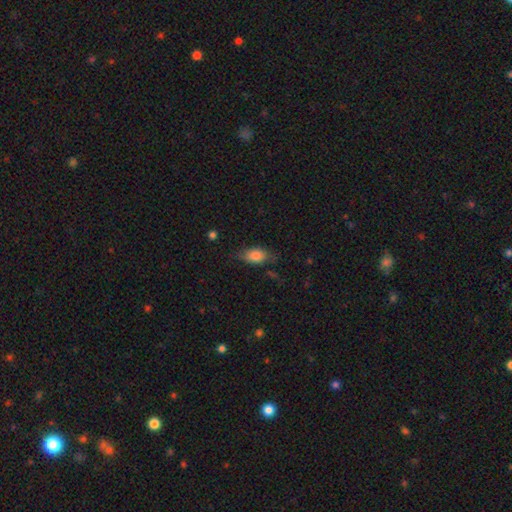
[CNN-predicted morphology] Smooth or featured? Predicted: smooth (p=0.77). How rounded? Predicted: in between (p=0.86). Merging? Predicted: none (p=0.65).